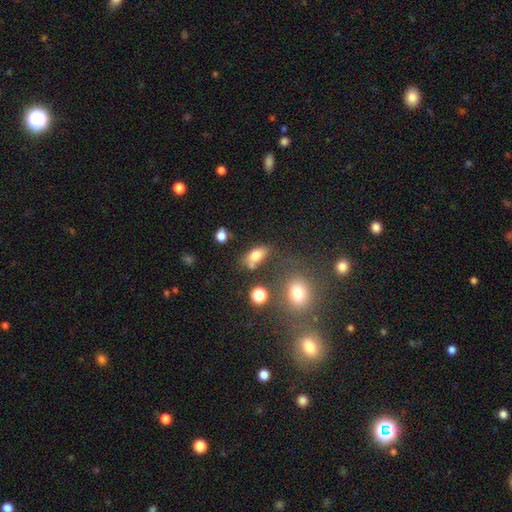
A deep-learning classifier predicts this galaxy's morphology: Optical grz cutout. It shows a smooth galaxy with no disk features (76%) that is in between round and cigar-shaped (82%). Merging: none (55%).